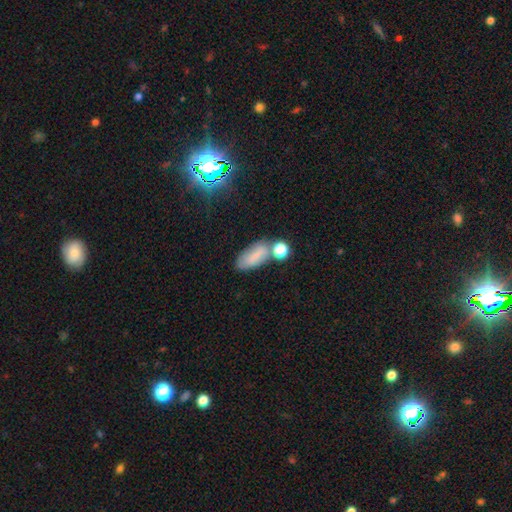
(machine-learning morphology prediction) A smooth galaxy with no disk features (69%) that is in between round and cigar-shaped (85%).

Vote fractions:
- Smooth or featured? smooth: 69% / featured or disk: 18% / star or artifact: 13%
- How rounded? in between: 85% / cigar-shaped: 10% / round: 5%
- Merging? none: 53% / merger: 21% / minor disturbance: 19% / major disturbance: 7%